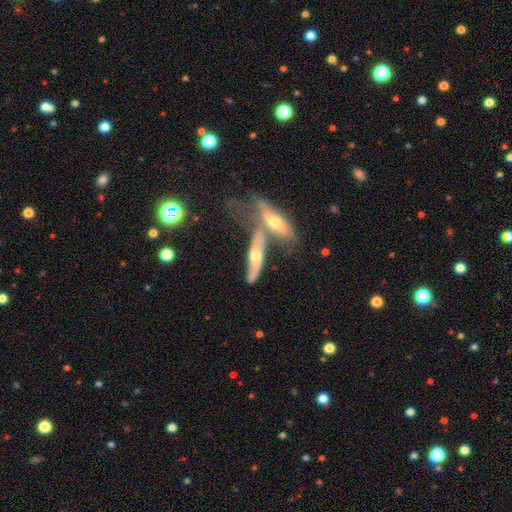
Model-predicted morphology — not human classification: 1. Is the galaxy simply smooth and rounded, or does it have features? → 64% featured or disk, 29% smooth, 7% star or artifact.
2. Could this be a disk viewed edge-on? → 59% yes, 41% no.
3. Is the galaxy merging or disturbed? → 50% merger, 30% none, 12% minor disturbance, 7% major disturbance.